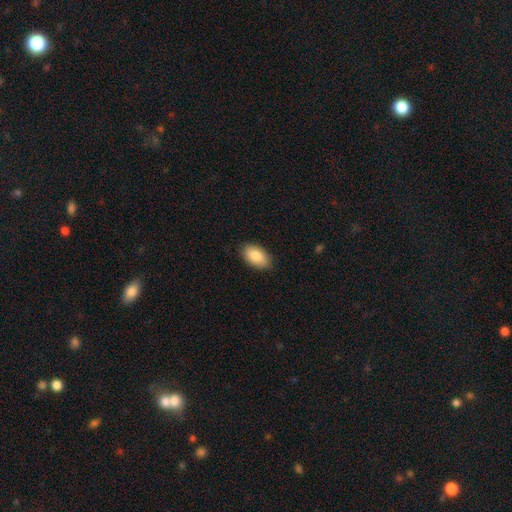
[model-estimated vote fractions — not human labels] smooth-or-featured: smooth: 86% | featured or disk: 8% | star or artifact: 6%
  how-rounded: in between: 94% | round: 5% | cigar-shaped: 2%
  merging: none: 87% | minor disturbance: 10% | major disturbance: 2% | merger: 1%